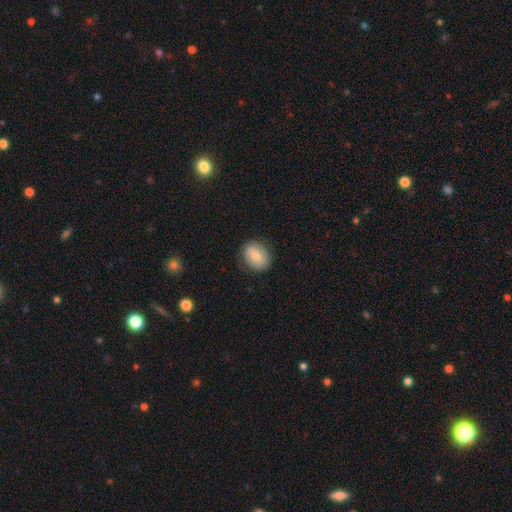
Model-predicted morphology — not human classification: A smooth galaxy with no disk features (74%) that is in between round and cigar-shaped (54%). Merging: none (84%).